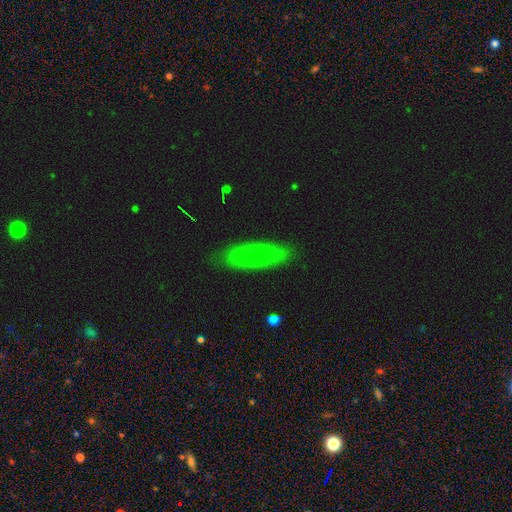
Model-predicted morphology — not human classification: smooth_or_featured: smooth (p=0.75) [alt: featured or disk p=0.17]
how_rounded: cigar-shaped (p=0.50) [alt: in between p=0.48]
merging: none (p=0.85) [alt: minor disturbance p=0.11]